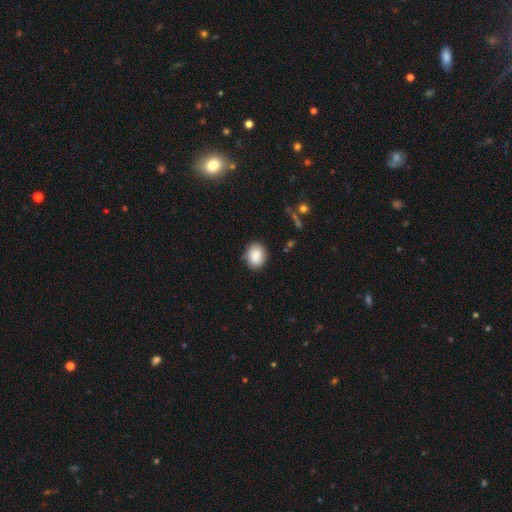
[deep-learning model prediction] This appears to be a smooth galaxy with no disk features (87%) that is in between round and cigar-shaped (54%). Merging: none (82%).